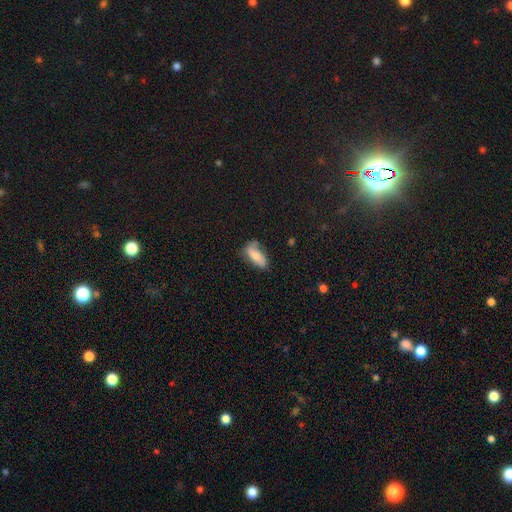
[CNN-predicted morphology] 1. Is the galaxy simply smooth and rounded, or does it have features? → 68% smooth, 25% featured or disk, 7% star or artifact.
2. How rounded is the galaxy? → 82% in between, 16% cigar-shaped, 3% round.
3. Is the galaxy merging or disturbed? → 57% none, 30% minor disturbance, 10% major disturbance, 3% merger.